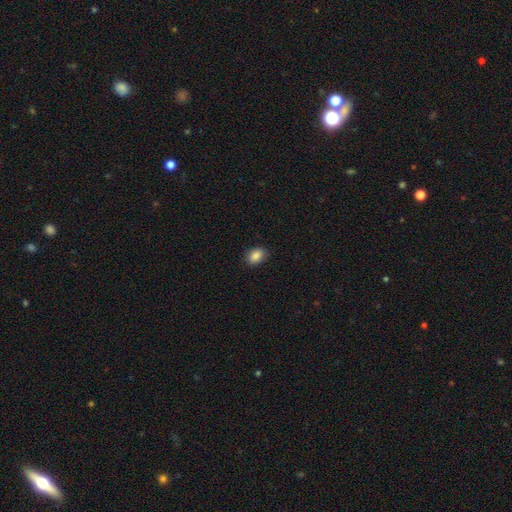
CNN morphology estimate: Smooth or featured? smooth (87%)
How rounded? in between (79%)
Merging? none (88%)